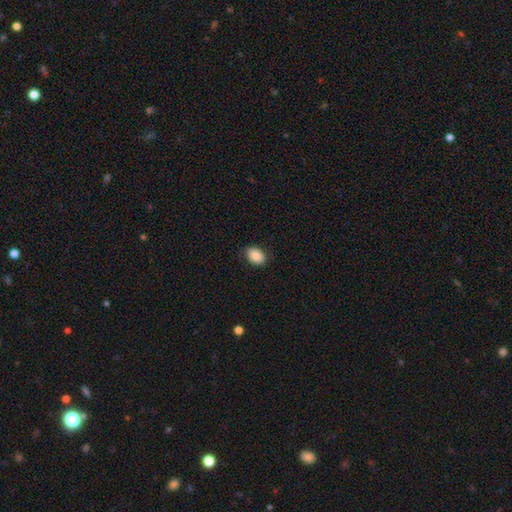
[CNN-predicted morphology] type=smooth (85%); roundness=in between (75%); merging=none (84%).